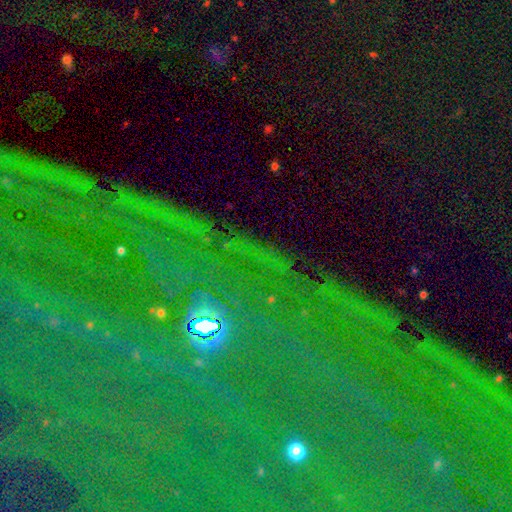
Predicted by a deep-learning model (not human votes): Smooth or featured? star or artifact (82%)